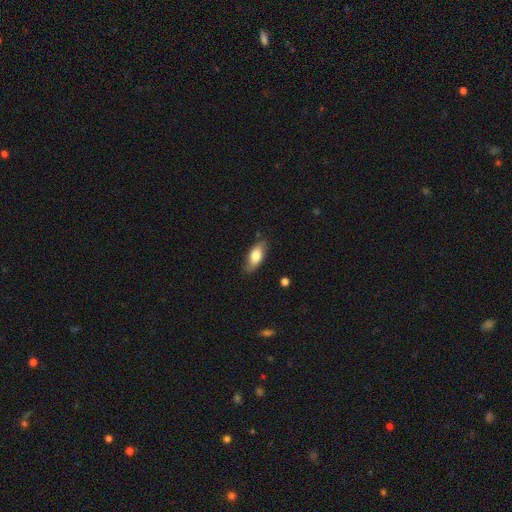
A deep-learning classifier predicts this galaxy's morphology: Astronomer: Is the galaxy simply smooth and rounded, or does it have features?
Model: smooth — 70%.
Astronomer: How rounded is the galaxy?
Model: in between — 85%.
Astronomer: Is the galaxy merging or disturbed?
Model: none — 80%.